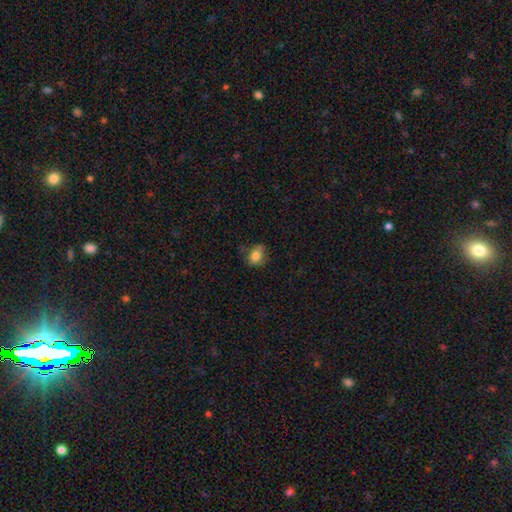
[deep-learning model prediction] This appears to be a smooth galaxy with no disk features (81%) that is in between round and cigar-shaped (66%). Merging: none (65%).